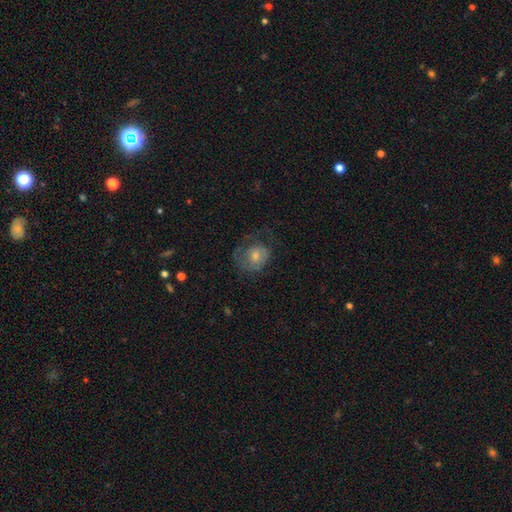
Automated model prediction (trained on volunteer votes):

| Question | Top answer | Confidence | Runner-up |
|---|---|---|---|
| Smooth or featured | featured or disk | 51% | smooth (38%) |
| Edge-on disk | no | 96% | yes (4%) |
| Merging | none | 52% | major disturbance (27%) |